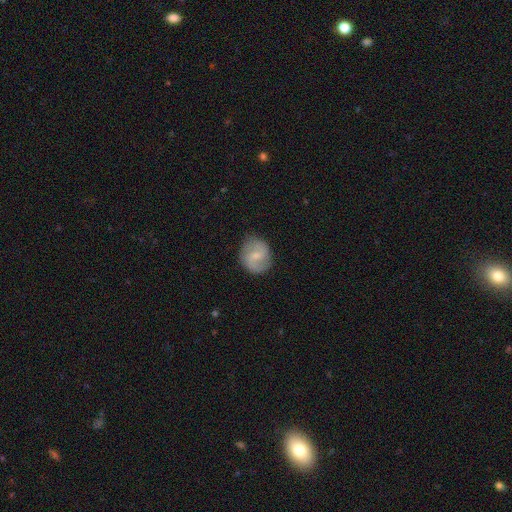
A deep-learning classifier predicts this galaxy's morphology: Overall: featured or disk (56%; smooth 37%). Edge-on disk: no (97%). Bar: weak (60%; no 21%). Spiral arms: yes (84%). Bulge size: small (57%; moderate 28%). Merging: none (81%).